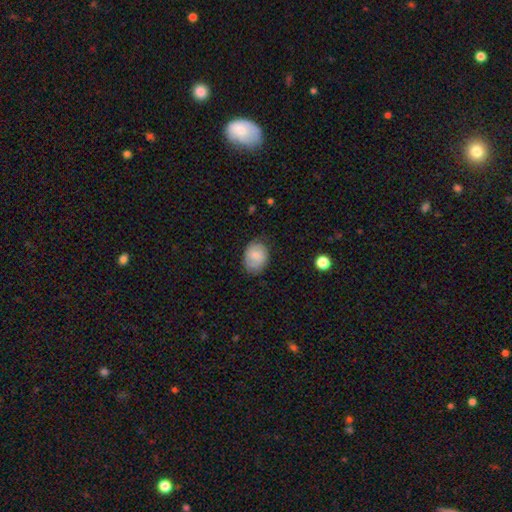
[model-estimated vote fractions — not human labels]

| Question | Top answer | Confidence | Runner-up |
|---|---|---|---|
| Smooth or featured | smooth | 76% | featured or disk (17%) |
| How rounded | in between | 58% | round (41%) |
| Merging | none | 73% | minor disturbance (21%) |